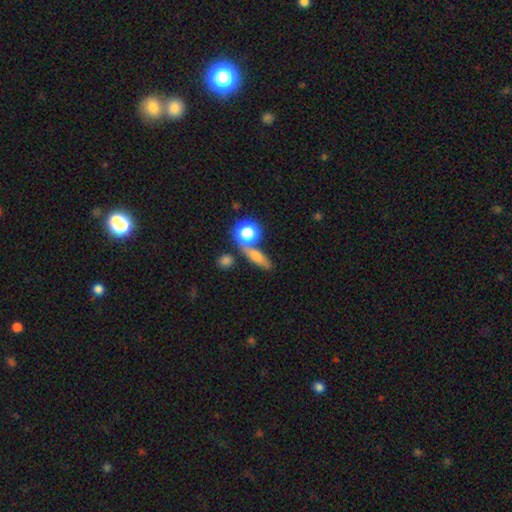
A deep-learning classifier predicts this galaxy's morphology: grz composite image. It shows a smooth galaxy with no disk features (63%) that is cigar-shaped (43%). Merging: none (61%).